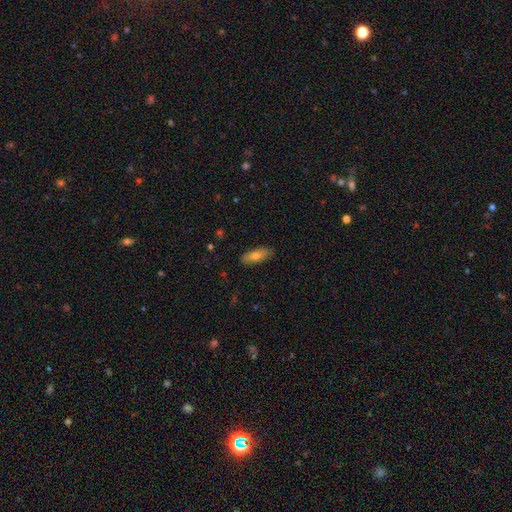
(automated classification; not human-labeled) This appears to be a smooth galaxy with no disk features (69%) that is in between round and cigar-shaped (74%). Merging: none (87%).